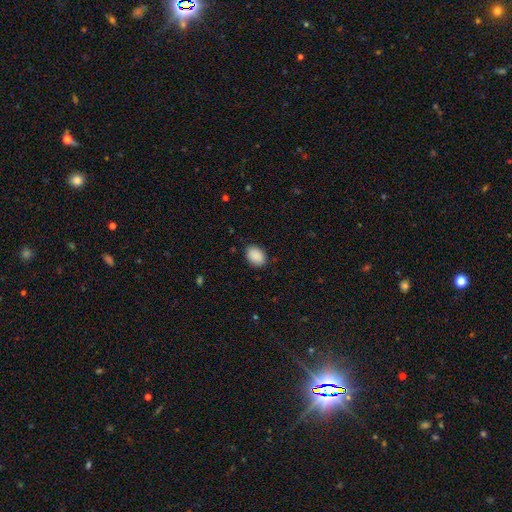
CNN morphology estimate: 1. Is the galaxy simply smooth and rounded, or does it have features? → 90% smooth, 7% star or artifact, 3% featured or disk.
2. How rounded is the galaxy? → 82% in between, 17% round, 1% cigar-shaped.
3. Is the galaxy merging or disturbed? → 86% none, 11% minor disturbance, 2% major disturbance, 1% merger.